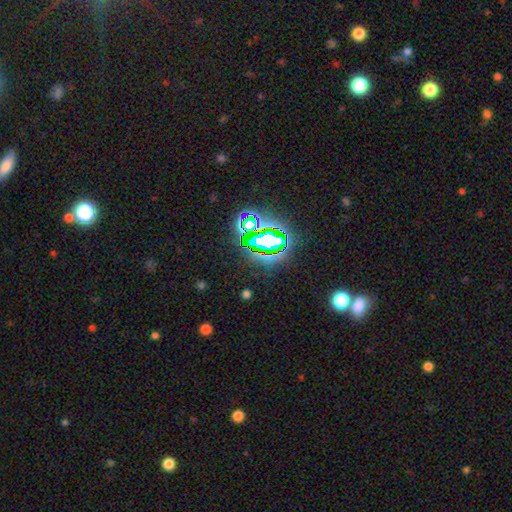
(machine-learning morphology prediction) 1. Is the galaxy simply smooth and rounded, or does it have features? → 80% star or artifact, 12% smooth, 7% featured or disk.